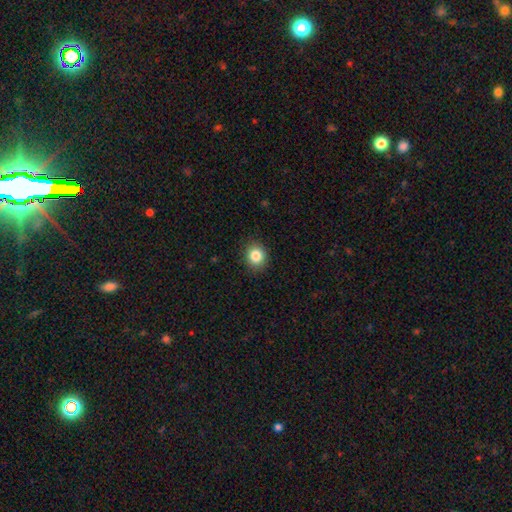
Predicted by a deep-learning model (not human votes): This appears to be a smooth galaxy with no disk features (84%) that is round (78%). Merging: none (90%).